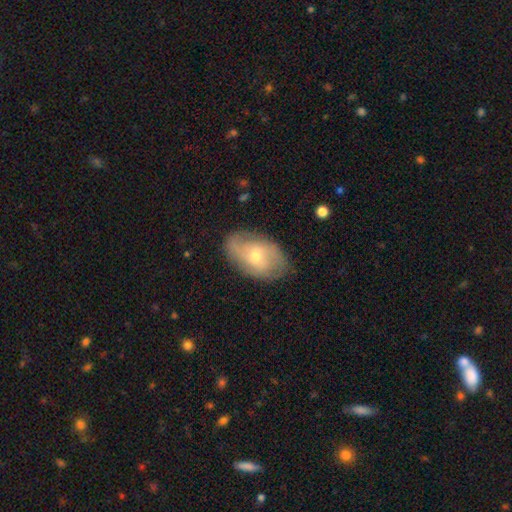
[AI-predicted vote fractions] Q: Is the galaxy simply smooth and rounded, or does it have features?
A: featured or disk — 60%.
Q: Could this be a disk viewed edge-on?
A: no — 94%.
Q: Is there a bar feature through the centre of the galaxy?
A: no — 61%.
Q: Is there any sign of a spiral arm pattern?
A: yes — 79%.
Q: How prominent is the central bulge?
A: small — 51%.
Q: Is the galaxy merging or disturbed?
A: none — 76%.